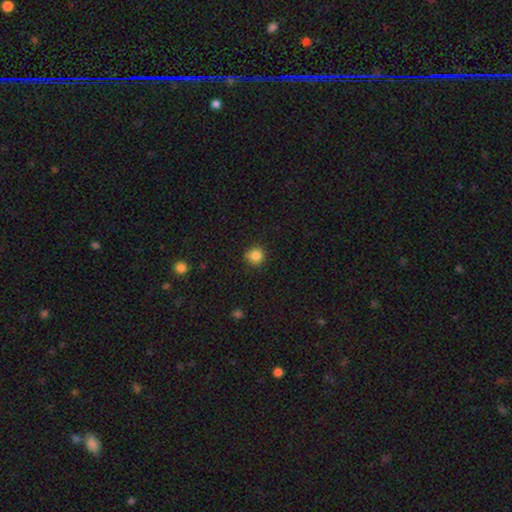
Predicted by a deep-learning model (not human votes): This is clearly a smooth galaxy (83%). How rounded: clearly round (91%). Merging: clearly none (80%).